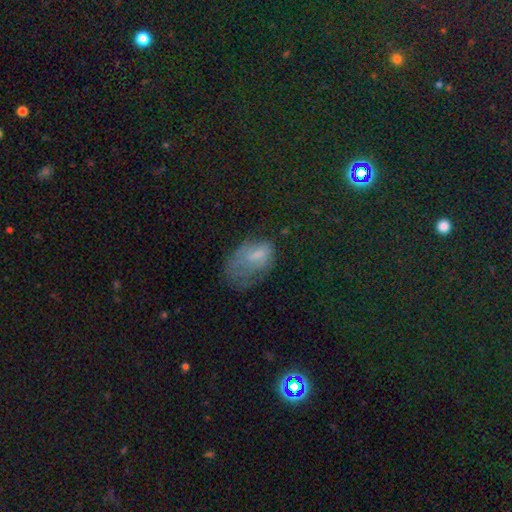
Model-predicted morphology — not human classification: Smooth or featured? smooth (57%)
How rounded? in between (86%)
Merging? major disturbance (37%)